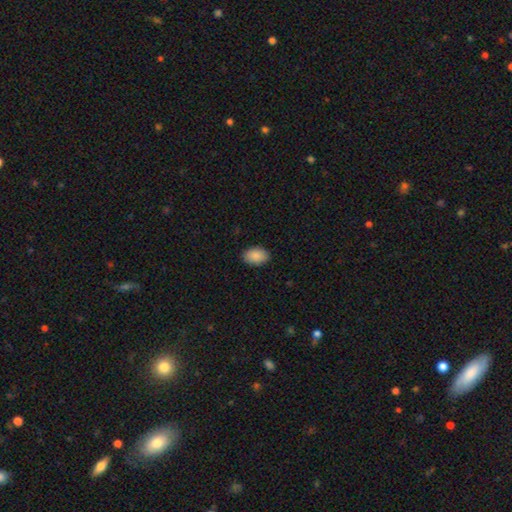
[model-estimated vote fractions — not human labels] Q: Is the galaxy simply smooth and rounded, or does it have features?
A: smooth — 89%.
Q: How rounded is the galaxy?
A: in between — 87%.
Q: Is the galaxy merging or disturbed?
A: none — 88%.